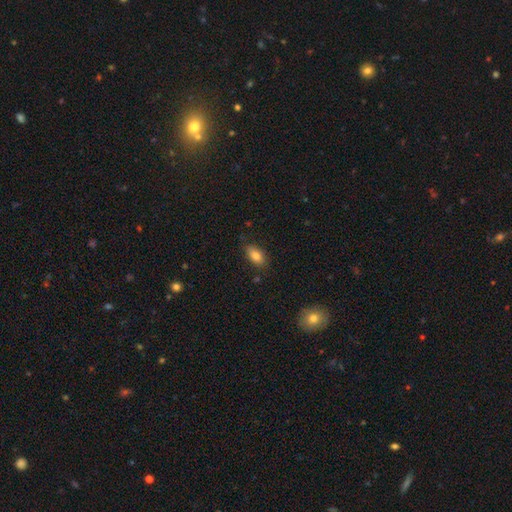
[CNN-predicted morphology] This appears to be a smooth galaxy with no disk features (83%) that is in between round and cigar-shaped (89%). Merging: none (82%).